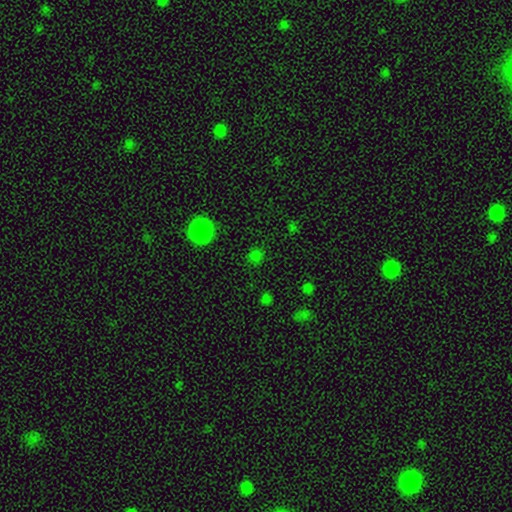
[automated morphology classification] The model was most divided on "smooth or featured": smooth: 70%, star or artifact: 26%, featured or disk: 4%. More confident: how rounded — round (88%); merging — none (86%).